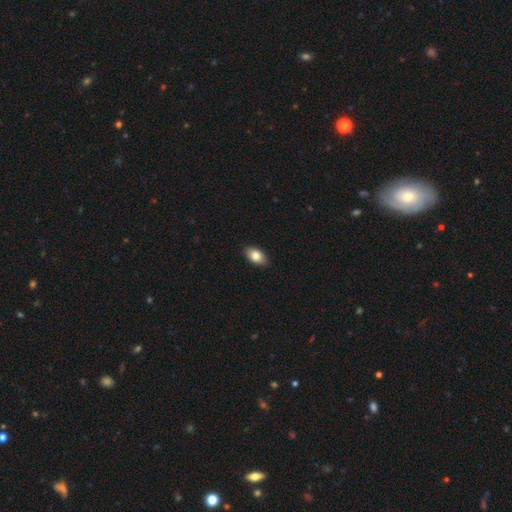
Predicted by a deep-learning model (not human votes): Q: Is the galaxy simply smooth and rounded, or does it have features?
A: smooth — 84%.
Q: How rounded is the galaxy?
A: in between — 92%.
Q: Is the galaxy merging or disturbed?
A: none — 90%.